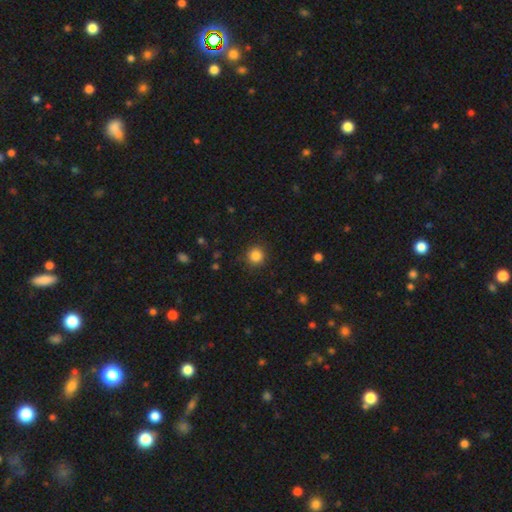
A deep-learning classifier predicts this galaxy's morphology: Smooth or featured: smooth — 86% (star or artifact — 11%)
How rounded: round — 94% (in between — 5%)
Merging: none — 90% (minor disturbance — 7%)